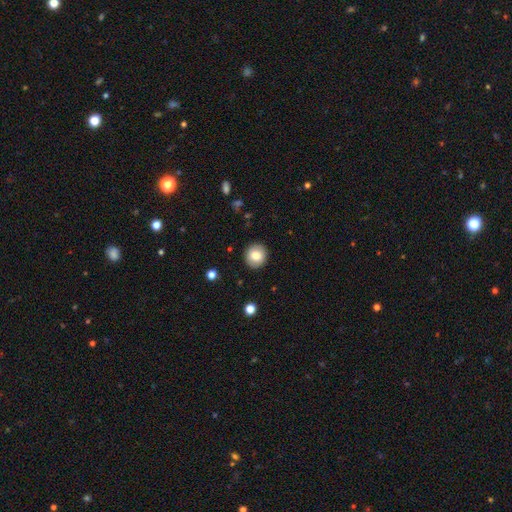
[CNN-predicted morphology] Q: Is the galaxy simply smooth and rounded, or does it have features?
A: smooth — 79%.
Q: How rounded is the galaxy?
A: round — 90%.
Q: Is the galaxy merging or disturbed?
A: none — 91%.